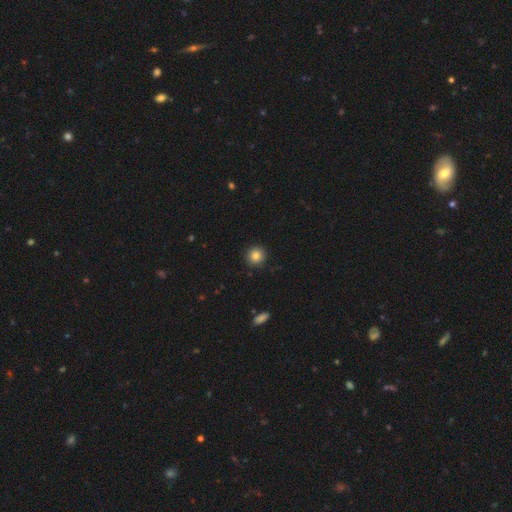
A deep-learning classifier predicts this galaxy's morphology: smooth_or_featured: smooth (p=0.84) [alt: star or artifact p=0.10]
how_rounded: round (p=0.94) [alt: in between p=0.05]
merging: none (p=0.91) [alt: minor disturbance p=0.06]